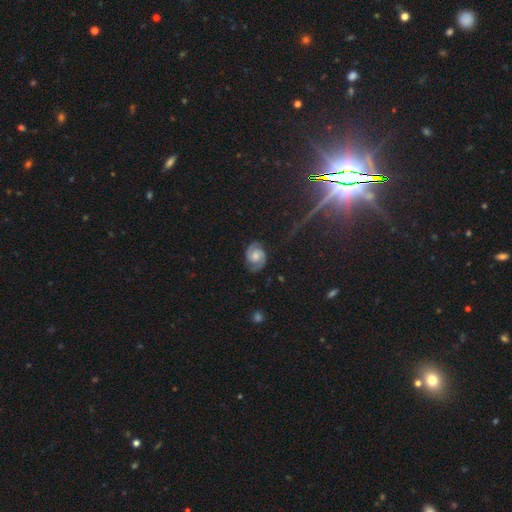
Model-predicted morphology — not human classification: Smooth or featured? featured or disk (82%)
Edge-on disk? no (98%)
Bar? no (61%)
Spiral arms? yes (97%)
Spiral winding? tight (46%)
Spiral arm count? 2 (92%)
Bulge size? moderate (52%)
Merging? none (81%)